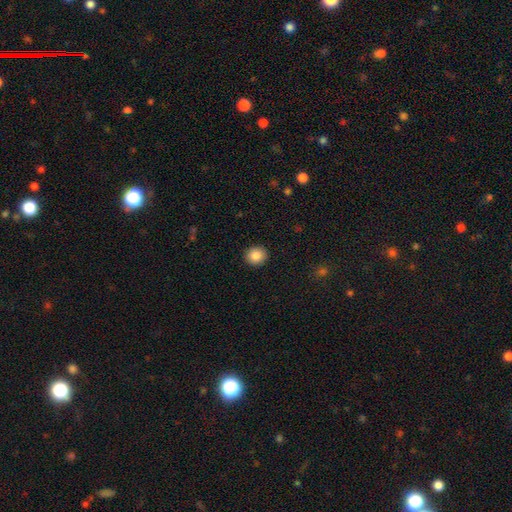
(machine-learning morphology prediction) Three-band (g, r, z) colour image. It shows a smooth galaxy with no disk features (85%) that is round (81%). Merging: none (92%).